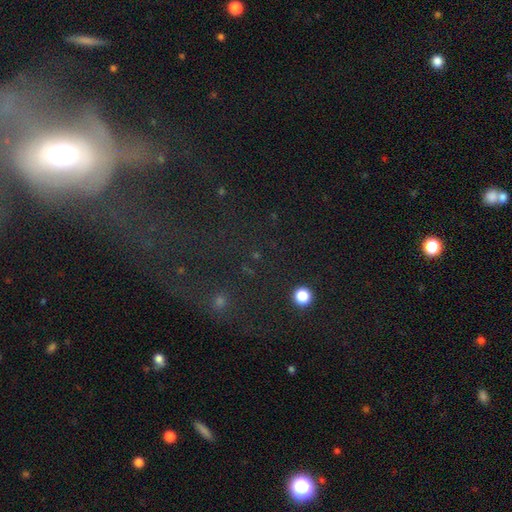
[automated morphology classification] Q: Smooth or featured?
A: star or artifact (42%); runner-up: featured or disk (35%)